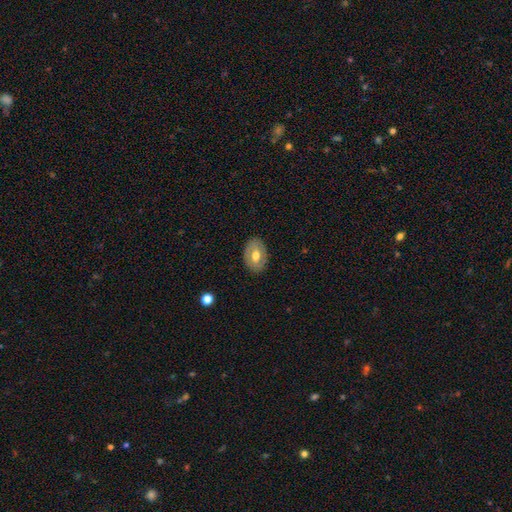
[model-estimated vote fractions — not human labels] Smooth or featured: smooth — 51% (featured or disk — 43%)
How rounded: in between — 80% (round — 19%)
Merging: none — 84% (minor disturbance — 12%)